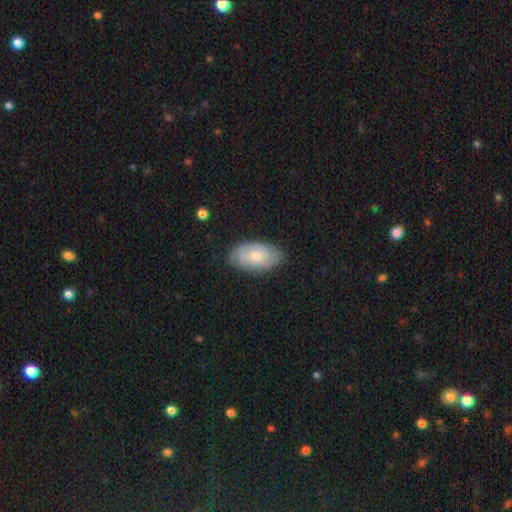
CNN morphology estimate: A smooth galaxy with no disk features (50%) that is in between round and cigar-shaped (92%).

Vote fractions:
- Smooth or featured? smooth: 50% / featured or disk: 43% / star or artifact: 7%
- How rounded? in between: 92% / round: 5% / cigar-shaped: 3%
- Merging? none: 78% / minor disturbance: 18% / major disturbance: 3% / merger: 1%